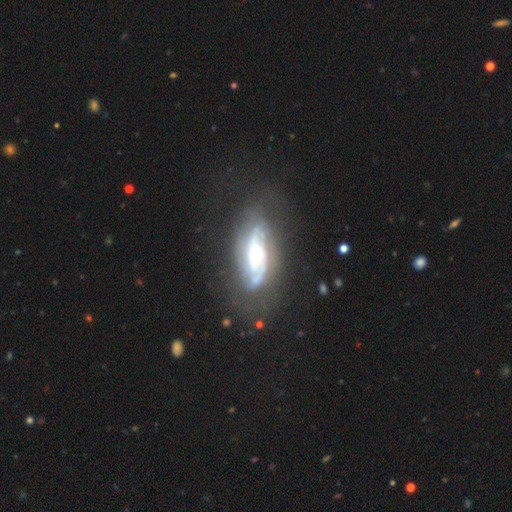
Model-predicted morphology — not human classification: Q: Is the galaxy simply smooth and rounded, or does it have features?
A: featured or disk — 83%.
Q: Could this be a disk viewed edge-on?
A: no — 91%.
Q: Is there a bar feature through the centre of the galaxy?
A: no — 60%.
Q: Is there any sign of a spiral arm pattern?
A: yes — 93%.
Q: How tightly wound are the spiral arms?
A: tight — 55%.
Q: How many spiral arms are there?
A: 2 — 42%.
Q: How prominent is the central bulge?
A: small — 55%.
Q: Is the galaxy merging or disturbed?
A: none — 67%.